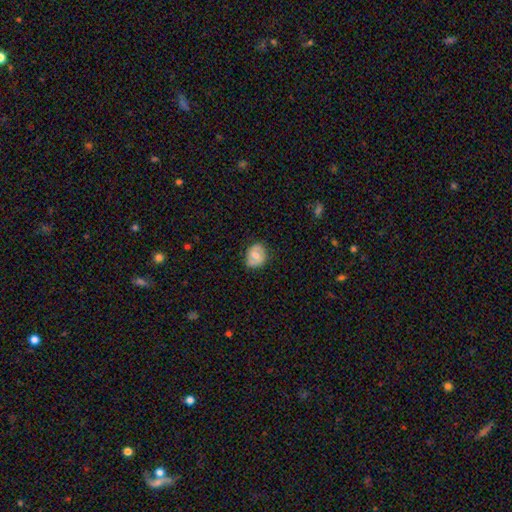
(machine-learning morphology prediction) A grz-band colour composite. It shows a smooth galaxy with no disk features (57%) that is round (59%). Merging: none (75%).